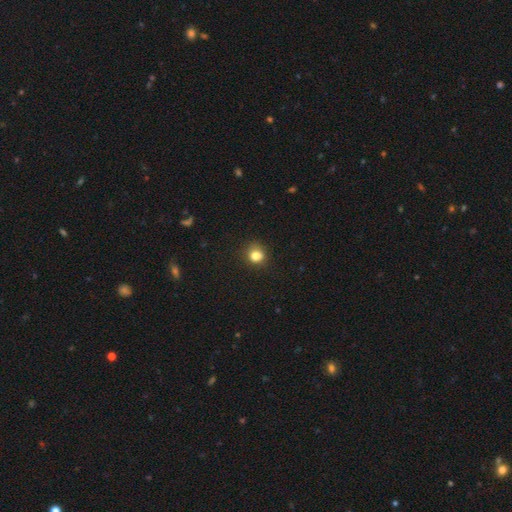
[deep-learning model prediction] Overall: smooth (81%). How rounded: round (82%). Merging: none (80%).